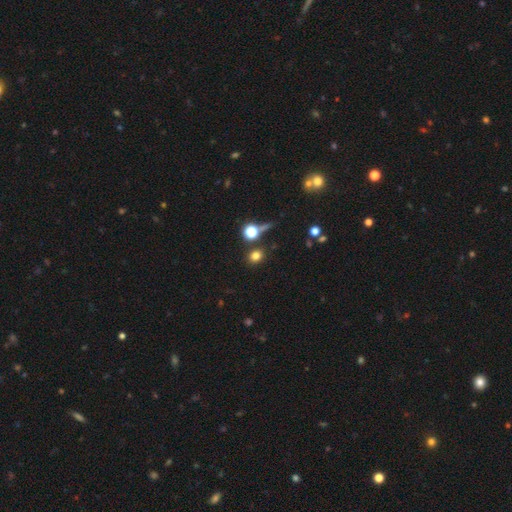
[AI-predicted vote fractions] A smooth galaxy with no disk features (77%) that is round (72%).

Vote fractions:
- Smooth or featured? smooth: 77% / star or artifact: 16% / featured or disk: 7%
- How rounded? round: 72% / in between: 27% / cigar-shaped: 1%
- Merging? none: 79% / minor disturbance: 8% / merger: 8% / major disturbance: 4%